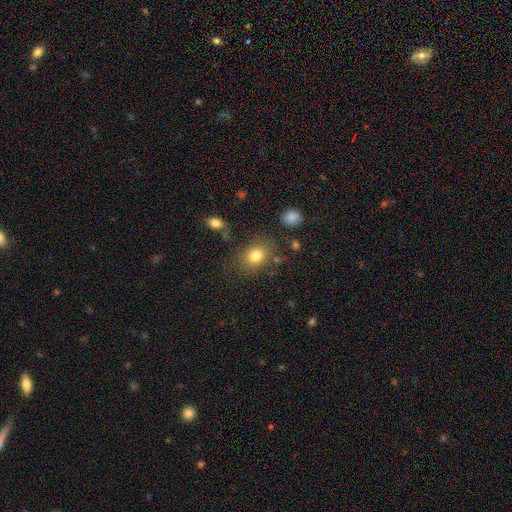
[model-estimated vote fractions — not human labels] smooth_or_featured: smooth (p=0.80) [alt: star or artifact p=0.11]
how_rounded: in between (p=0.57) [alt: round p=0.42]
merging: none (p=0.76) [alt: minor disturbance p=0.14]